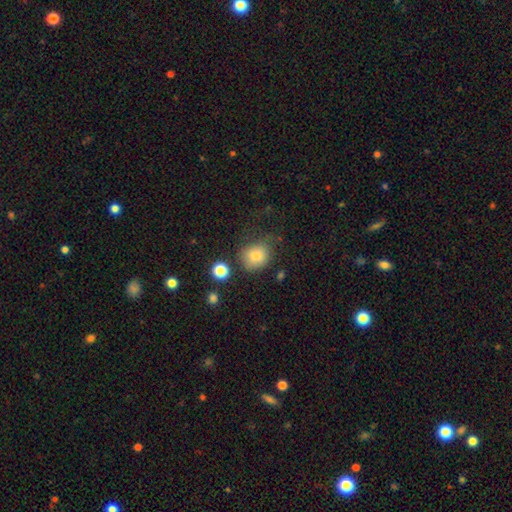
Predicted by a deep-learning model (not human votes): This appears to be a smooth galaxy with no disk features (81%) that is round (68%). Merging: none (62%).